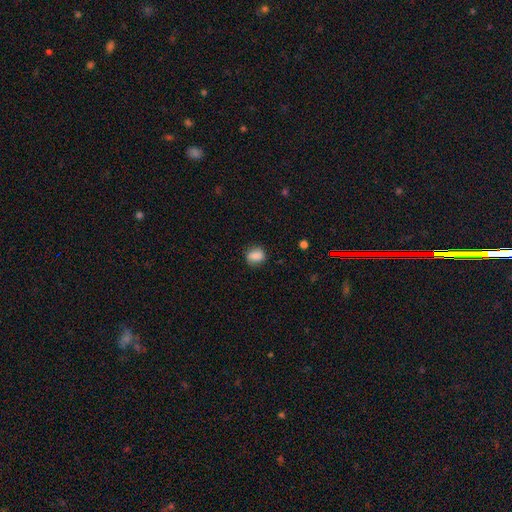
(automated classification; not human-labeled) Smooth or featured? Predicted: smooth (p=0.83). How rounded? Predicted: round (p=0.52). Merging? Predicted: none (p=0.78).